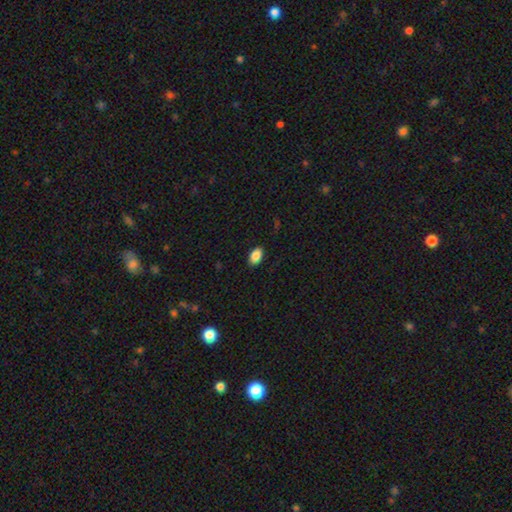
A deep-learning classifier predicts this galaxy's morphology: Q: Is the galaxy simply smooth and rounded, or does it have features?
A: smooth — 87%.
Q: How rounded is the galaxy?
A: in between — 90%.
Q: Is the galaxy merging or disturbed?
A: none — 89%.